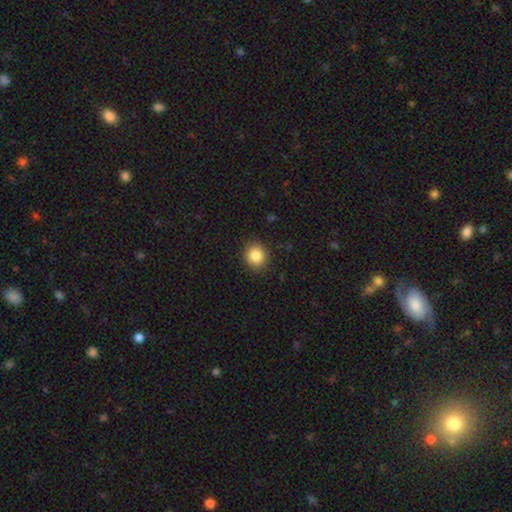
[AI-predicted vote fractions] This is clearly a smooth galaxy (86%). How rounded: clearly round (80%). Merging: clearly none (90%).